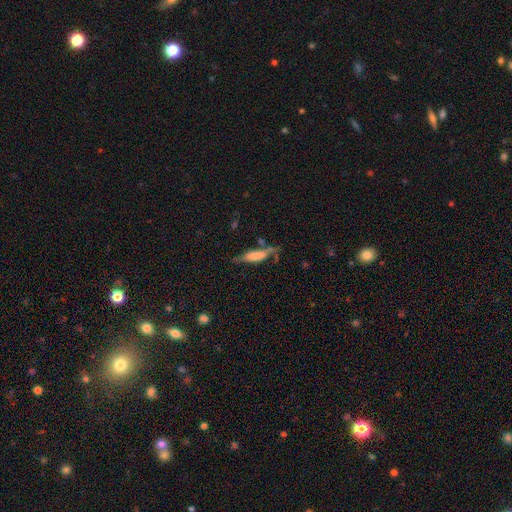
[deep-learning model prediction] A smooth galaxy with no disk features (60%) that is cigar-shaped (67%). Merging: none (55%).